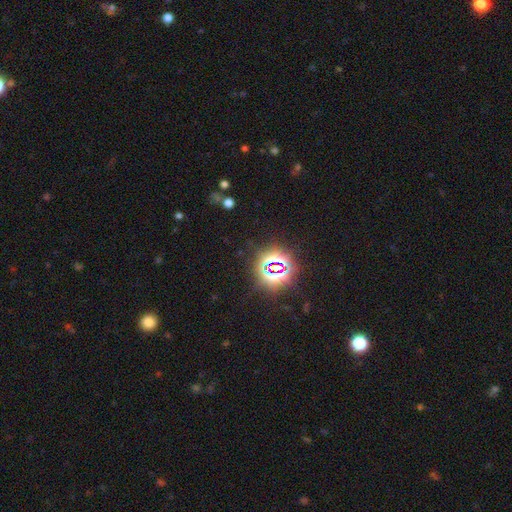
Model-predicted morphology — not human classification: Smooth or featured? Predicted: star or artifact (p=0.78).